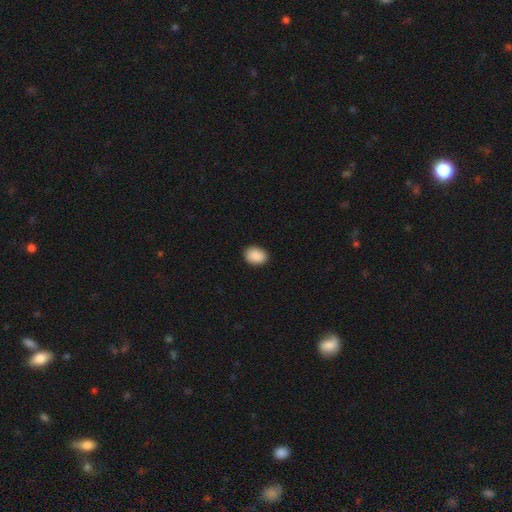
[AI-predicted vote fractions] Morphology: type=smooth (90%); roundness=in between (64%); merging=none (89%).